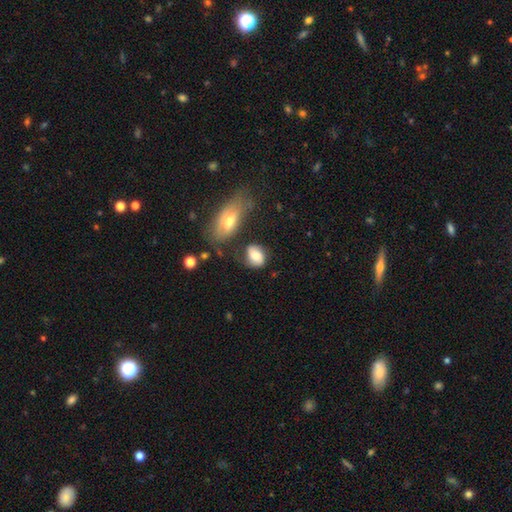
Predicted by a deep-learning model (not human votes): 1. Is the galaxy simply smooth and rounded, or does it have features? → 68% smooth, 24% featured or disk, 8% star or artifact.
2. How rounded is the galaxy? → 67% in between, 31% round, 2% cigar-shaped.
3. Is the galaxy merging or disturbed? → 54% none, 25% minor disturbance, 11% major disturbance, 10% merger.